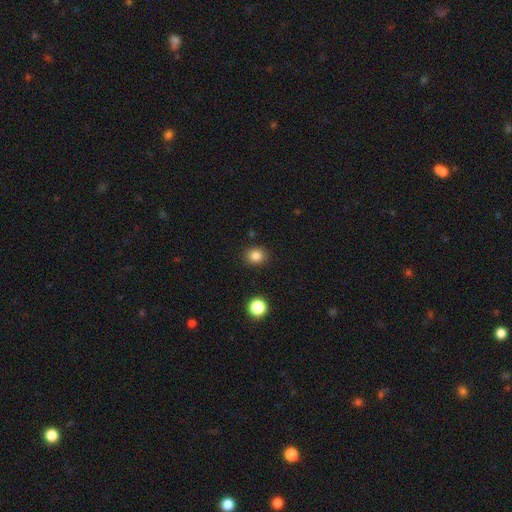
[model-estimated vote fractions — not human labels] A smooth galaxy with no disk features (84%) that is round (73%).

Vote fractions:
- Smooth or featured? smooth: 84% / star or artifact: 12% / featured or disk: 5%
- How rounded? round: 73% / in between: 26% / cigar-shaped: 1%
- Merging? none: 89% / minor disturbance: 7% / major disturbance: 2% / merger: 2%